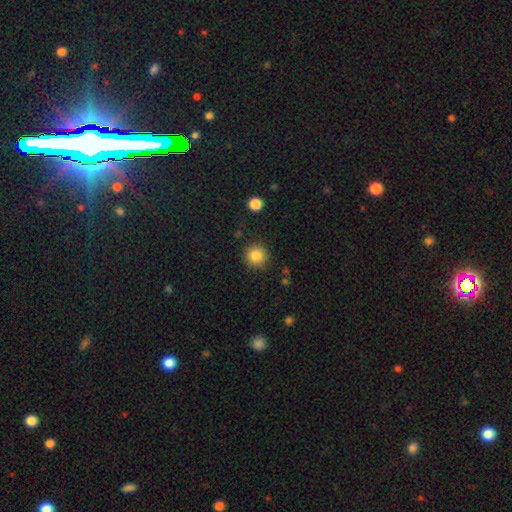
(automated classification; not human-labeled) The model was most divided on "smooth or featured": smooth: 84%, star or artifact: 11%, featured or disk: 5%. More confident: how rounded — round (94%); merging — none (89%).